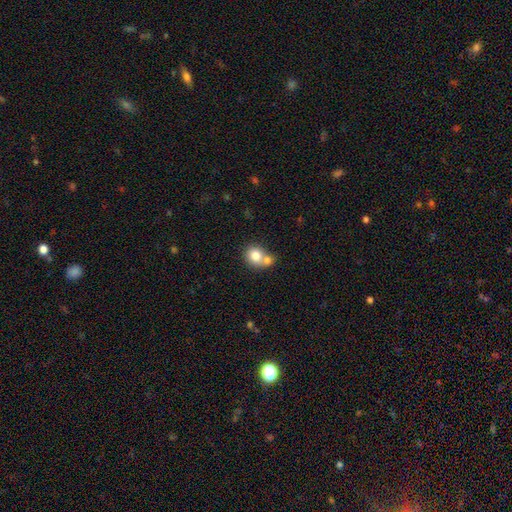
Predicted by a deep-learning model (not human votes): smooth 78%, featured or disk 13%, star or artifact 9%. Down the decision tree: how rounded — round (73%); merging — merger (54%).